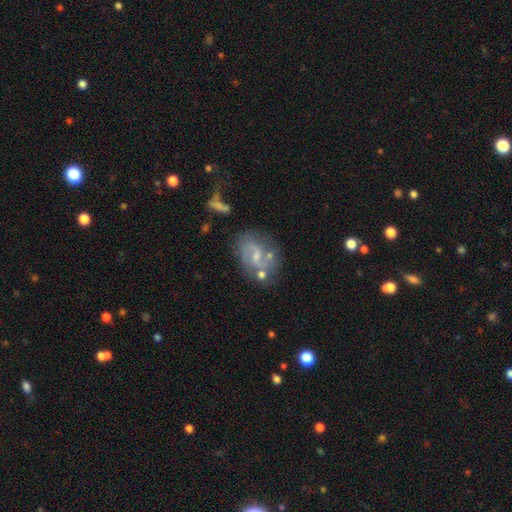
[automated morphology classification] A featured or disk galaxy (76%) with a weak bar (54%), 2 (82%) medium (47%) spiral arms (87%) and a small central bulge (53%). Merging: none (59%).